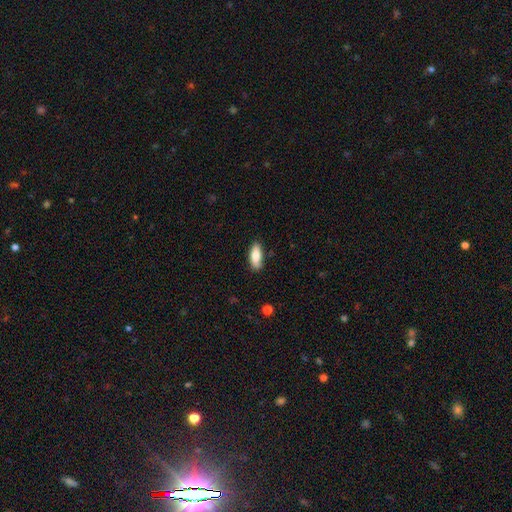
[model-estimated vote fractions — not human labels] Q: Smooth or featured?
A: smooth (82%); runner-up: featured or disk (12%)
Q: How rounded?
A: in between (74%); runner-up: cigar-shaped (24%)
Q: Merging?
A: none (80%); runner-up: minor disturbance (16%)